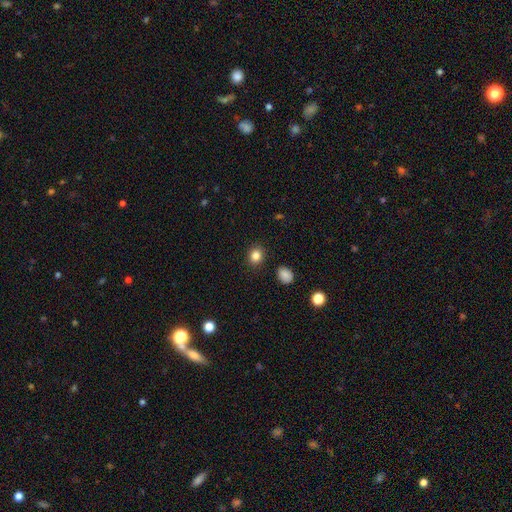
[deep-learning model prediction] Smooth or featured? smooth (84%)
How rounded? round (69%)
Merging? none (89%)